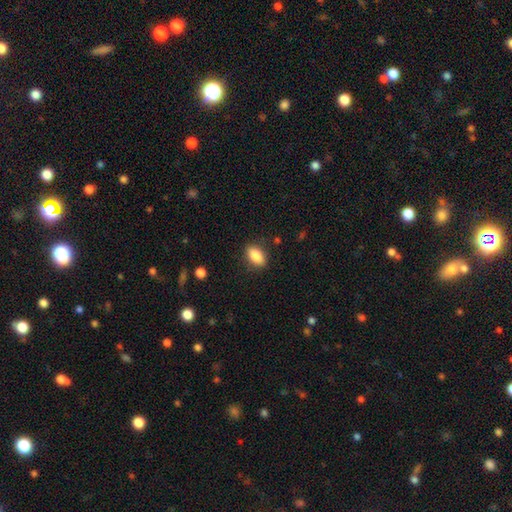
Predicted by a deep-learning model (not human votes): smooth-or-featured: smooth: 86% | star or artifact: 7% | featured or disk: 7%
  how-rounded: in between: 88% | round: 6% | cigar-shaped: 5%
  merging: none: 86% | minor disturbance: 10% | major disturbance: 3% | merger: 1%